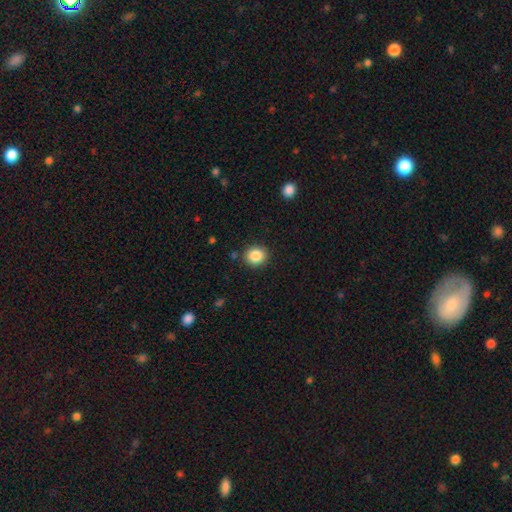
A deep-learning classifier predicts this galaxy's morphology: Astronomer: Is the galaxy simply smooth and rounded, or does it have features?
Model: smooth — 86%.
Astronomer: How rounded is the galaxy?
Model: round — 82%.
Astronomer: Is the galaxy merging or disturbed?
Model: none — 88%.